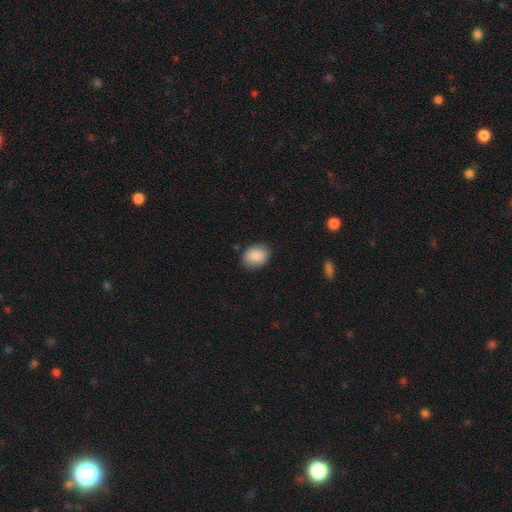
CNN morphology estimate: This appears to be a smooth galaxy with no disk features (88%) that is in between round and cigar-shaped (62%). Merging: none (84%).